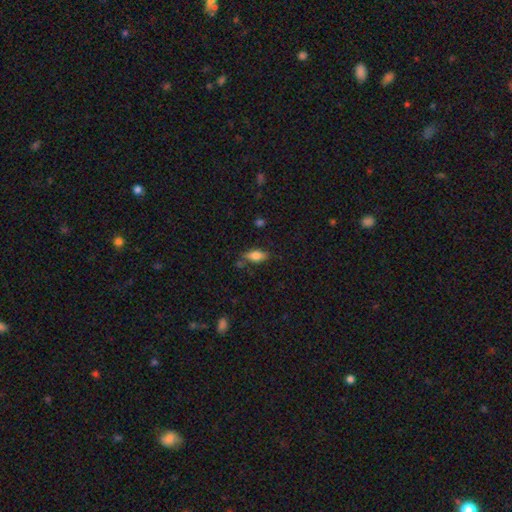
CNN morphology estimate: Q: Smooth or featured?
A: smooth (78%); runner-up: featured or disk (13%)
Q: How rounded?
A: in between (84%); runner-up: cigar-shaped (13%)
Q: Merging?
A: none (72%); runner-up: minor disturbance (18%)